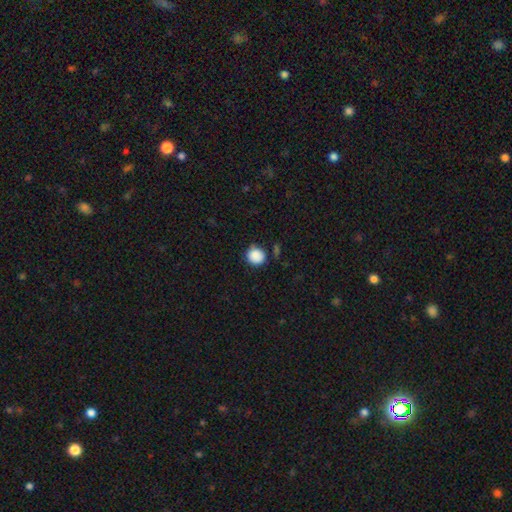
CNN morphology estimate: This is clearly a smooth galaxy (88%). How rounded: clearly round (87%). Merging: likely none (79%).